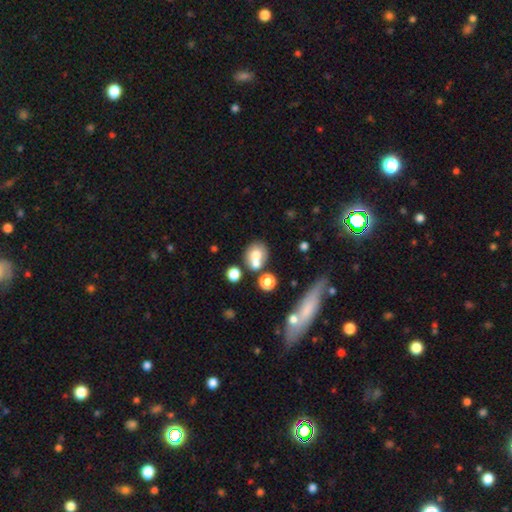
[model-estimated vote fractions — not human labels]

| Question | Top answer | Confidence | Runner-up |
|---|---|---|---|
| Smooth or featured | smooth | 68% | featured or disk (21%) |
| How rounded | round | 69% | in between (30%) |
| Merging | merger | 43% | none (42%) |